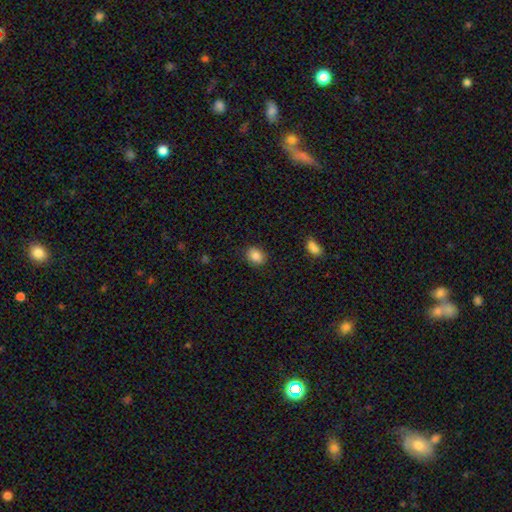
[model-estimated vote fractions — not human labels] Morphology: type=smooth (85%); roundness=in between (55%); merging=none (87%).